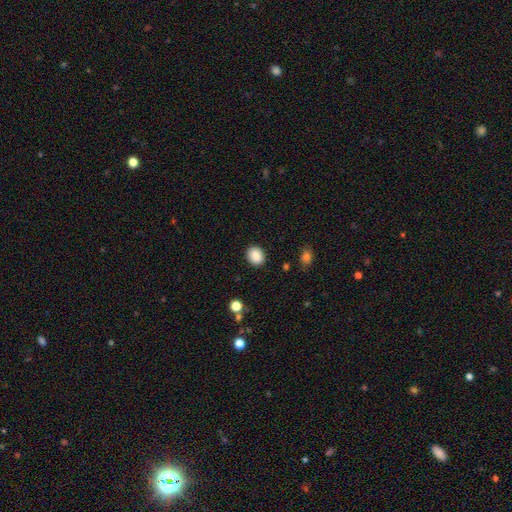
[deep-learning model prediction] Morphology: type=smooth (88%); roundness=round (52%); merging=none (89%).